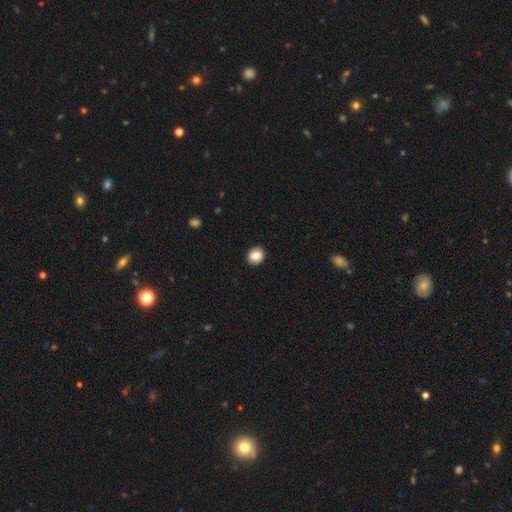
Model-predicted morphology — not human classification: Q: Smooth or featured?
A: smooth (87%); runner-up: star or artifact (8%)
Q: How rounded?
A: round (70%); runner-up: in between (29%)
Q: Merging?
A: none (92%); runner-up: minor disturbance (6%)